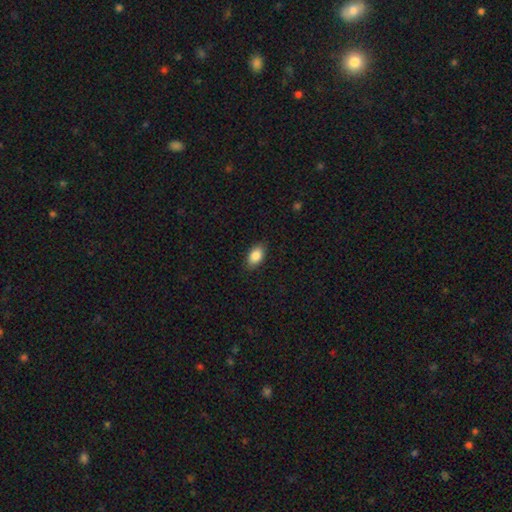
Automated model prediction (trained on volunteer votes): Overall: smooth (86%). How rounded: in between (90%). Merging: none (87%).